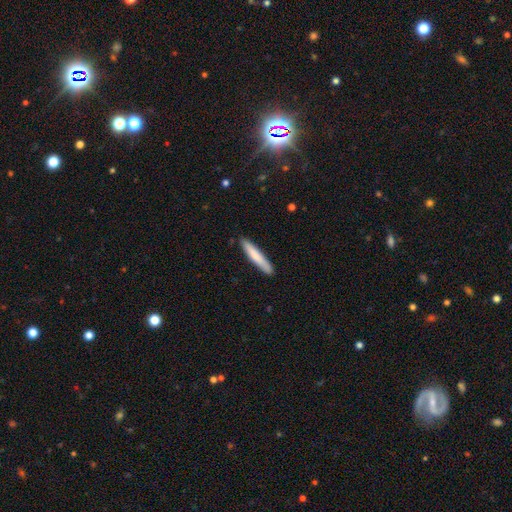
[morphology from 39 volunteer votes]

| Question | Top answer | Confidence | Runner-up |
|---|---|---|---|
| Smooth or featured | smooth | 72% | featured or disk (28%) |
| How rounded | cigar-shaped | 96% | in between (4%) |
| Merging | none | 82% | minor disturbance (18%) |